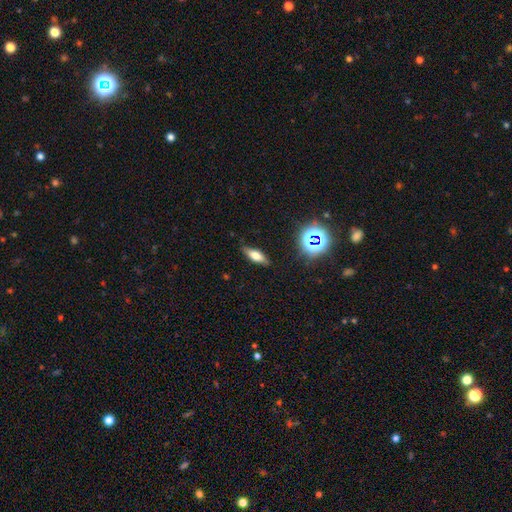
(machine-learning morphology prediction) Overall: smooth (59%; featured or disk 29%). How rounded: in between (60%; cigar-shaped 35%). Merging: none (82%).